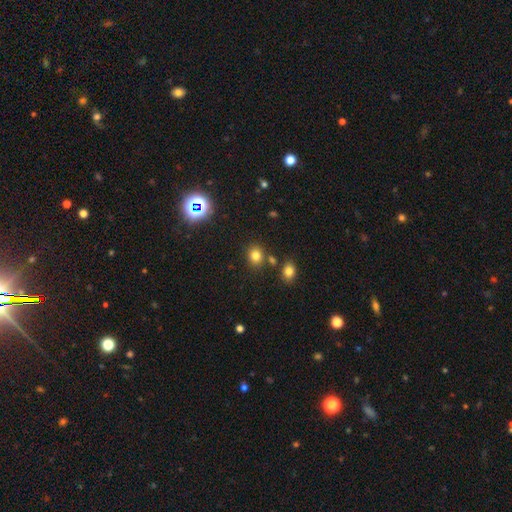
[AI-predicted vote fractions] Overall: smooth (76%). How rounded: round (72%). Merging: none (78%).